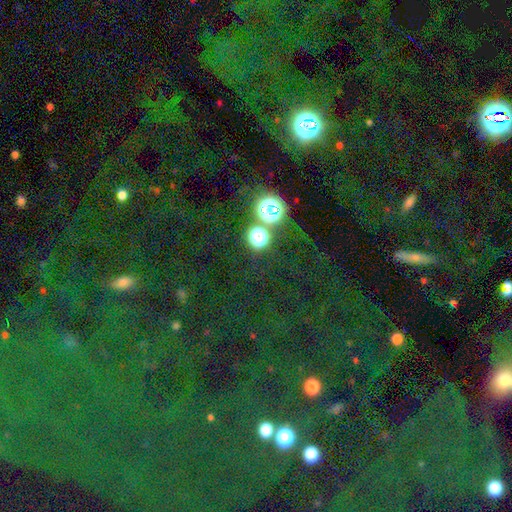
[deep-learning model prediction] Overall: star or artifact (75%).